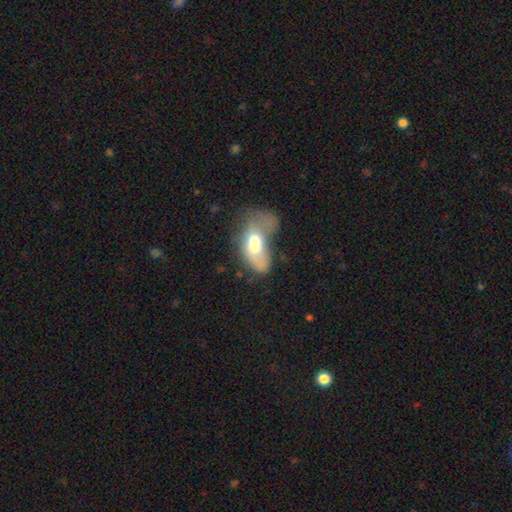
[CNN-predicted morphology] This is possibly a smooth galaxy (53%). How rounded: clearly in between (83%). Merging: possibly merger (56%).